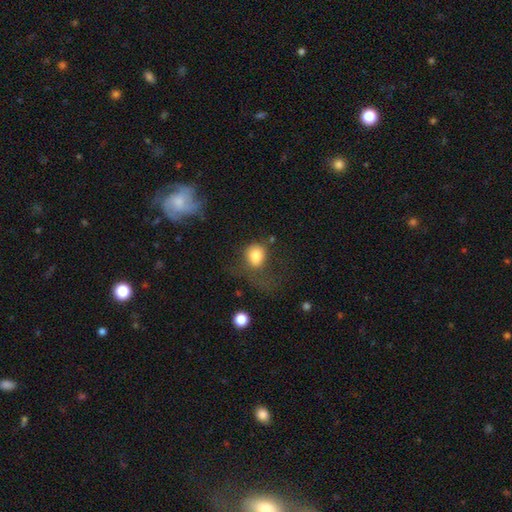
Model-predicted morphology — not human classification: Smooth or featured: smooth — 80% (featured or disk — 10%)
How rounded: round — 66% (in between — 33%)
Merging: none — 37% (major disturbance — 35%)